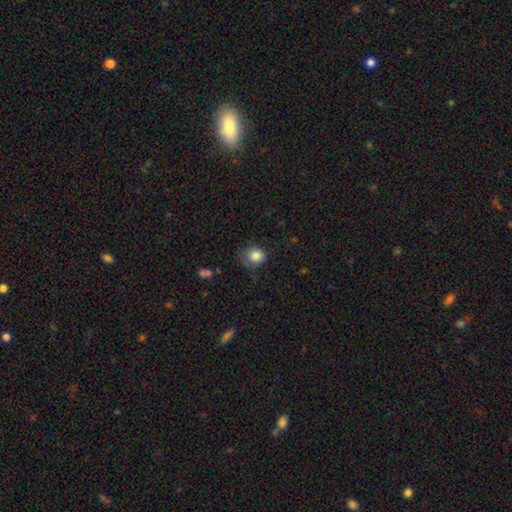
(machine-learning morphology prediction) Smooth or featured?
  - smooth: 84% *
  - star or artifact: 9%
  - featured or disk: 8%
How rounded?
  - round: 74% *
  - in between: 25%
  - cigar-shaped: 1%
Merging?
  - none: 57% *
  - minor disturbance: 28%
  - major disturbance: 13%
  - merger: 2%